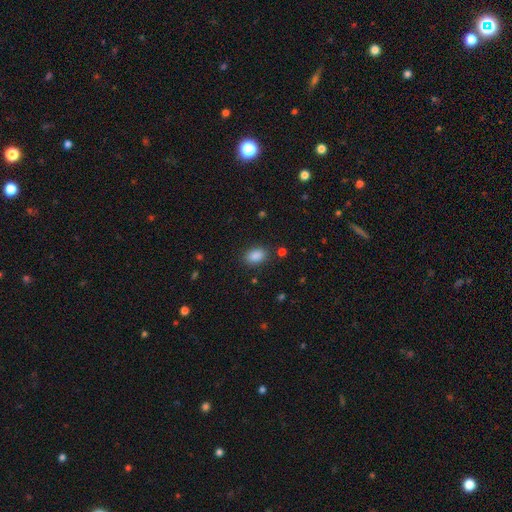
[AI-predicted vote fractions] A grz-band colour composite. It shows a smooth galaxy with no disk features (88%) that is in between round and cigar-shaped (87%). Merging: none (85%).